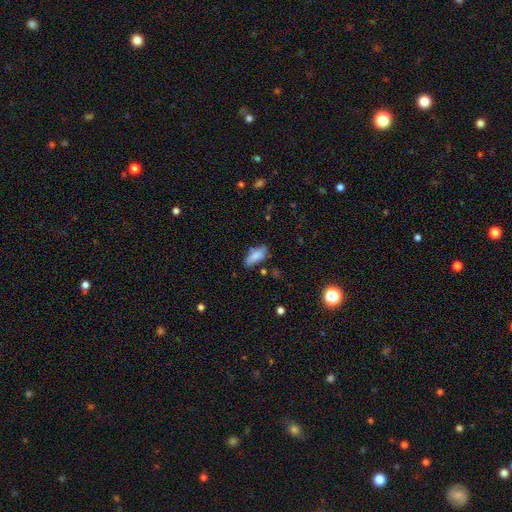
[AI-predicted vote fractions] smooth 80%, featured or disk 13%, star or artifact 8%. Down the decision tree: how rounded — in between (76%); merging — none (71%).